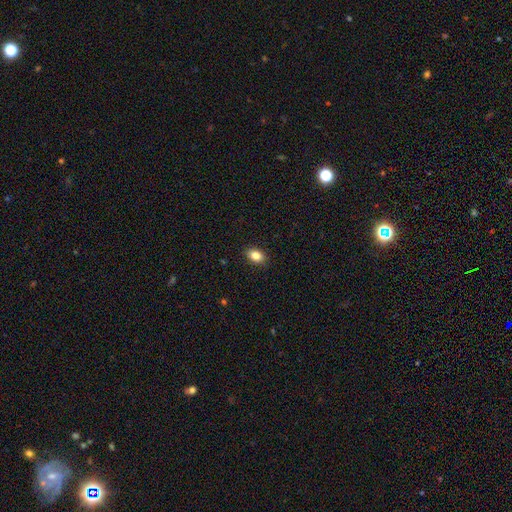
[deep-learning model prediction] smooth_or_featured: smooth (p=0.84) [alt: star or artifact p=0.09]
how_rounded: in between (p=0.78) [alt: round p=0.20]
merging: none (p=0.89) [alt: minor disturbance p=0.08]